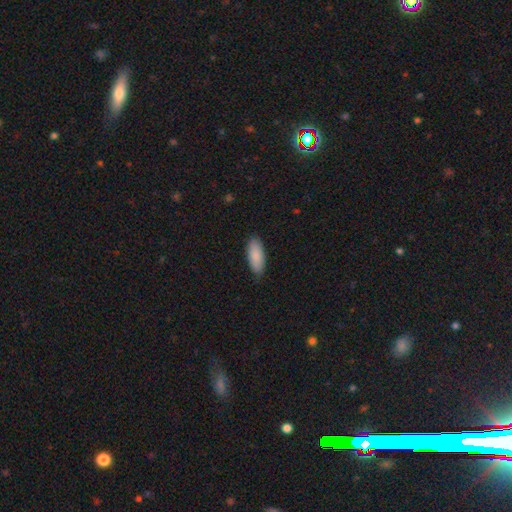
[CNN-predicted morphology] Smooth or featured?
  - smooth: 89% *
  - star or artifact: 5%
  - featured or disk: 5%
How rounded?
  - in between: 81% *
  - cigar-shaped: 17%
  - round: 2%
Merging?
  - none: 85% *
  - minor disturbance: 12%
  - major disturbance: 2%
  - merger: 1%